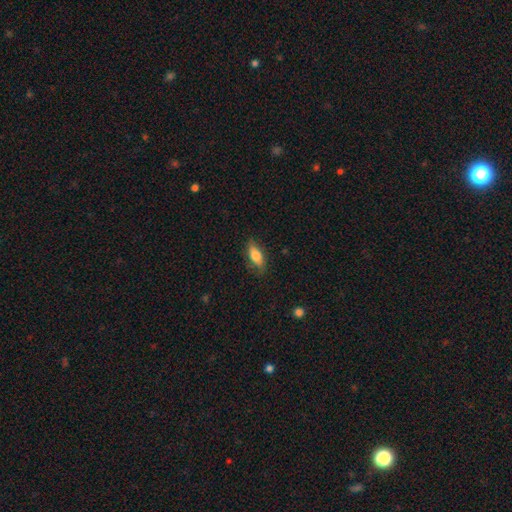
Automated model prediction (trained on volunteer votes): This appears to be a smooth galaxy with no disk features (74%) that is in between round and cigar-shaped (77%). Merging: none (78%).